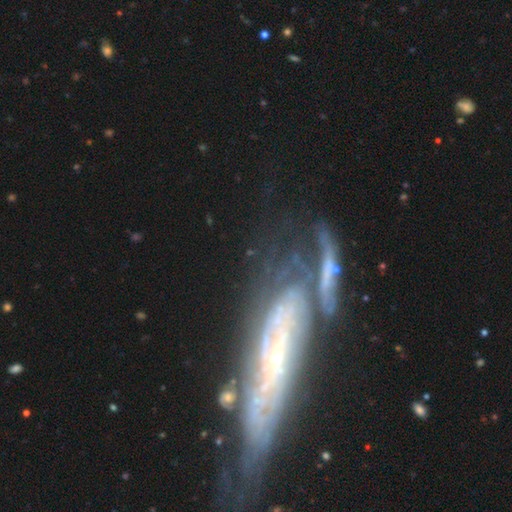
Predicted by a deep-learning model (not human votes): Smooth or featured? featured or disk (76%)
Edge-on disk? no (75%)
Bar? no (58%)
Spiral arms? yes (81%)
Bulge size? small (73%)
Merging? none (45%)